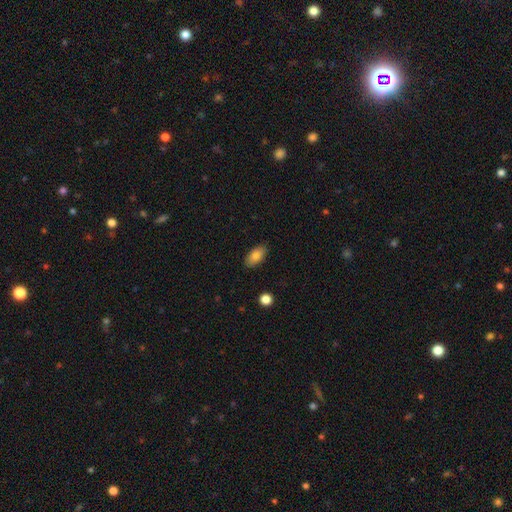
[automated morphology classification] A smooth galaxy with no disk features (82%) that is in between round and cigar-shaped (93%). Merging: none (87%).